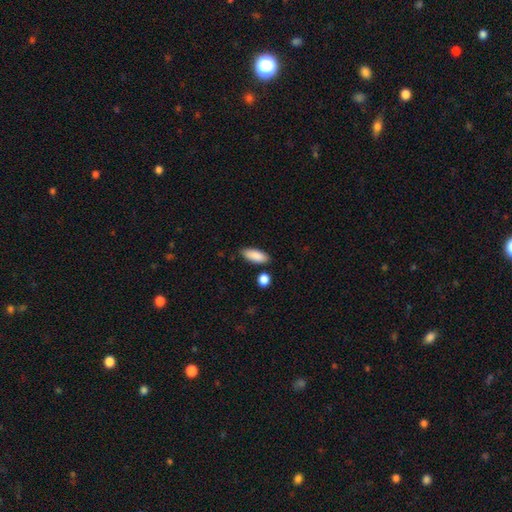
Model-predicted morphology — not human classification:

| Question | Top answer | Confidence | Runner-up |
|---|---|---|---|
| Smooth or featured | smooth | 89% | star or artifact (6%) |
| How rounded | in between | 78% | cigar-shaped (19%) |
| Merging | none | 80% | minor disturbance (12%) |